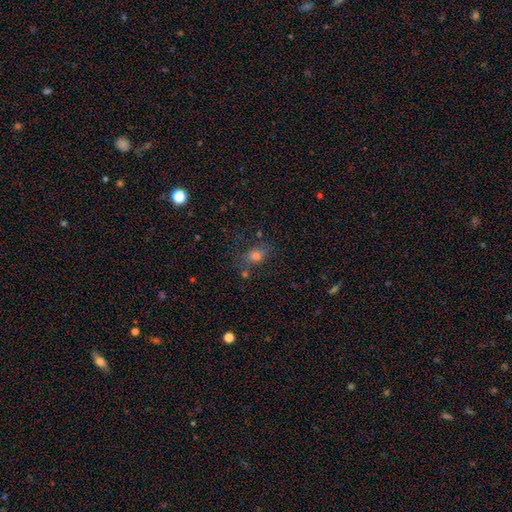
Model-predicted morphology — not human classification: Overall: smooth (68%). How rounded: in between (56%; round 42%). Merging: none (69%).